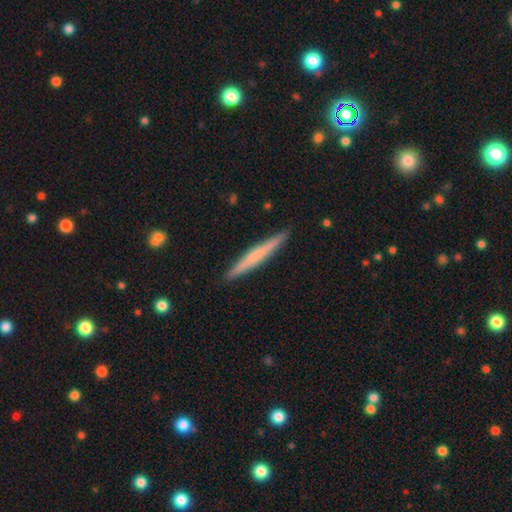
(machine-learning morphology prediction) Smooth or featured? Predicted: smooth (p=0.49). Merging? Predicted: none (p=0.92).